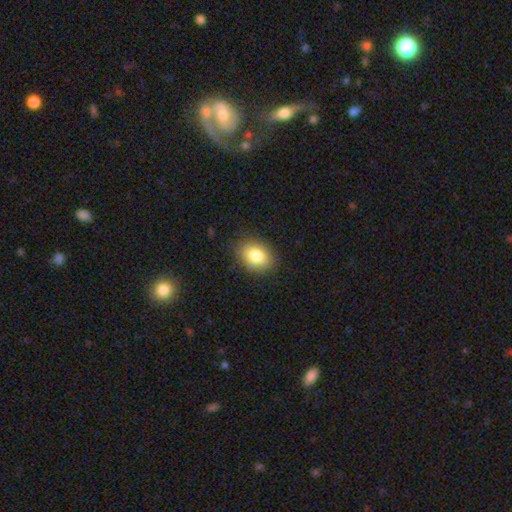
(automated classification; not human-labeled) Q: Smooth or featured?
A: smooth (83%); runner-up: featured or disk (9%)
Q: How rounded?
A: in between (71%); runner-up: round (27%)
Q: Merging?
A: none (85%); runner-up: minor disturbance (11%)